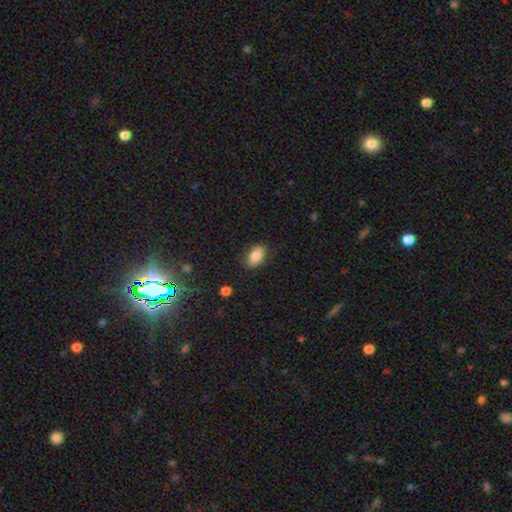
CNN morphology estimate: The model was most divided on "merging": none: 85%, minor disturbance: 11%, major disturbance: 3%, merger: 1%. More confident: how rounded — in between (90%); smooth or featured — smooth (84%).